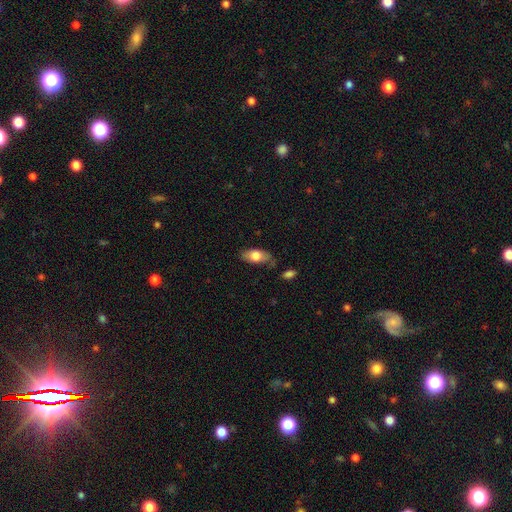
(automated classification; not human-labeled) Smooth or featured? smooth (73%)
How rounded? in between (88%)
Merging? none (68%)